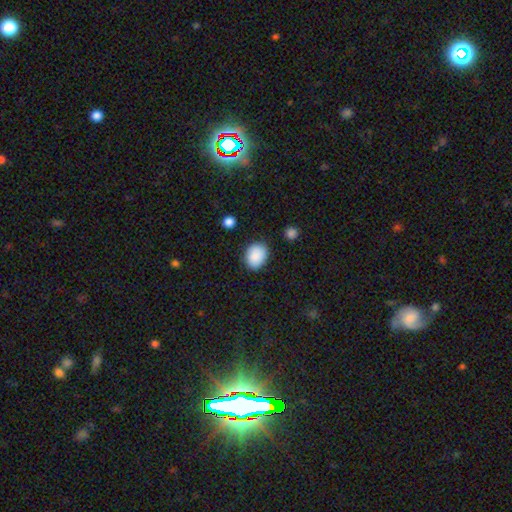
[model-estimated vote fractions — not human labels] smooth_or_featured: smooth (p=0.88) [alt: star or artifact p=0.07]
how_rounded: in between (p=0.58) [alt: round p=0.41]
merging: none (p=0.80) [alt: minor disturbance p=0.15]